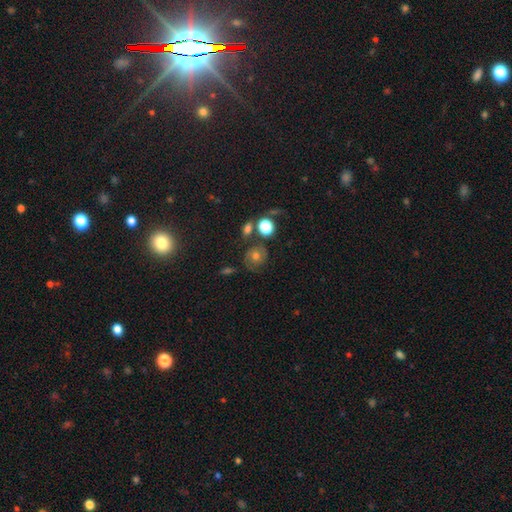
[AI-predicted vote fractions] A smooth galaxy with no disk features (45%). Merging: none (69%).